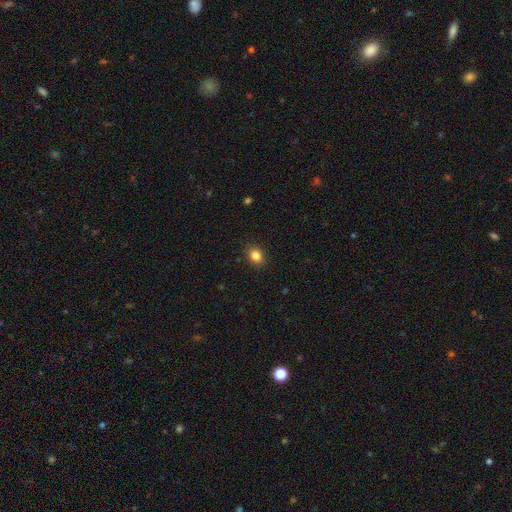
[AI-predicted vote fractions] A smooth galaxy with no disk features (85%) that is round (53%). Merging: none (90%).